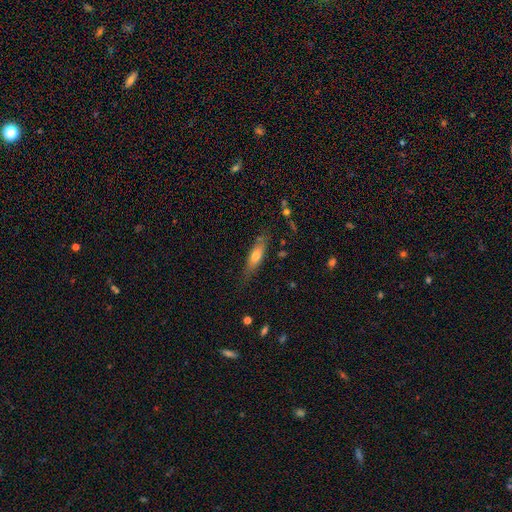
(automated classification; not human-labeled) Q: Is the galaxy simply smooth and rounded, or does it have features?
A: smooth — 62%.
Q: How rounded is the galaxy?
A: cigar-shaped — 53%.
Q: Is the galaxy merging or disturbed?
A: none — 72%.